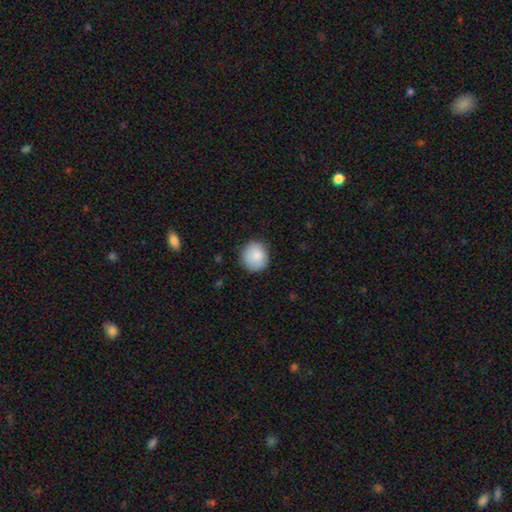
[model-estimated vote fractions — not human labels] Morphology: type=smooth (85%); roundness=round (83%); merging=none (83%).